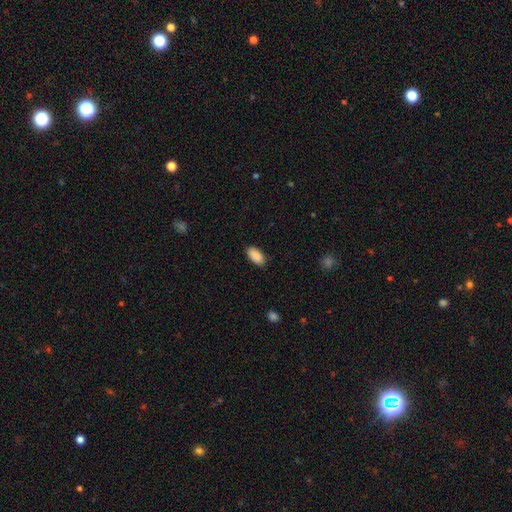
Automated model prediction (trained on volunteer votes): Smooth or featured? Predicted: smooth (p=0.89). How rounded? Predicted: in between (p=0.94). Merging? Predicted: none (p=0.88).